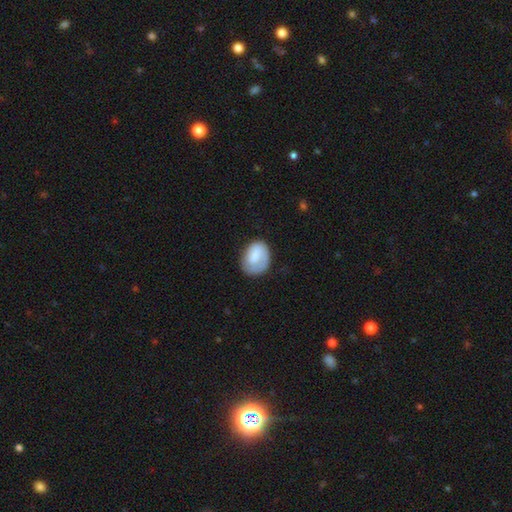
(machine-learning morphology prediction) Smooth or featured? smooth (69%)
How rounded? in between (65%)
Merging? none (62%)